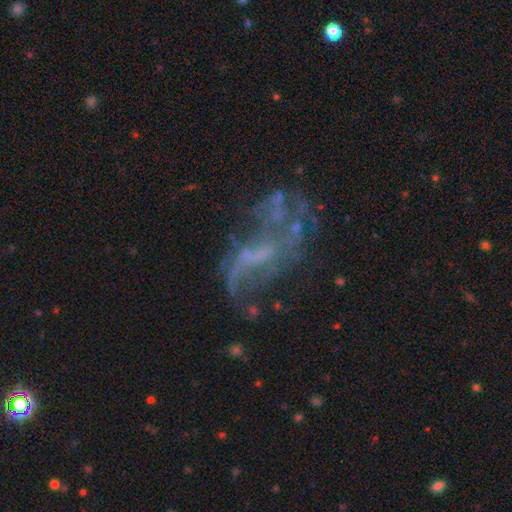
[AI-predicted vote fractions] Smooth or featured?
  - featured or disk: 73% *
  - star or artifact: 15%
  - smooth: 12%
Edge-on disk?
  - no: 96% *
  - yes: 4%
Bar?
  - no: 53% *
  - weak: 34%
  - strong: 13%
Spiral arms?
  - yes: 55% *
  - no: 45%
Bulge size?
  - none: 61% *
  - small: 25%
  - moderate: 11%
  - large: 2%
  - dominant: 1%
Merging?
  - none: 38% *
  - major disturbance: 35%
  - minor disturbance: 17%
  - merger: 10%